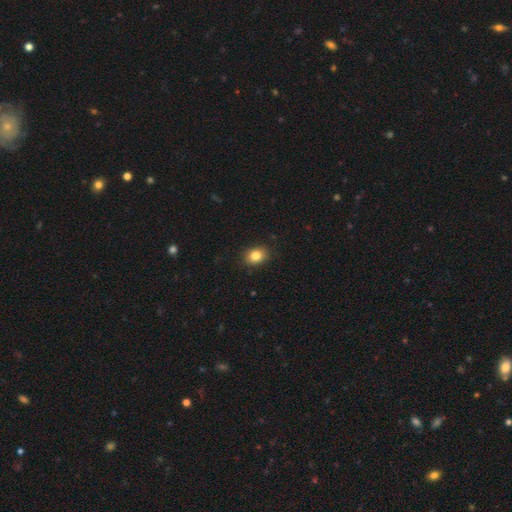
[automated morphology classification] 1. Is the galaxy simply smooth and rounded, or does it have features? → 84% smooth, 10% star or artifact, 6% featured or disk.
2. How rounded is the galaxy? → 61% in between, 38% round, 1% cigar-shaped.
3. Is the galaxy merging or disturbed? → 89% none, 8% minor disturbance, 2% major disturbance, 1% merger.